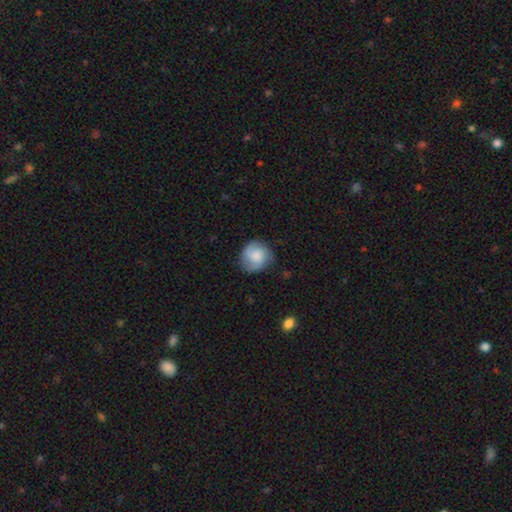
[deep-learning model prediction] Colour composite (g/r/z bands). It shows a smooth galaxy with no disk features (52%) that is round (83%). Merging: none (73%).